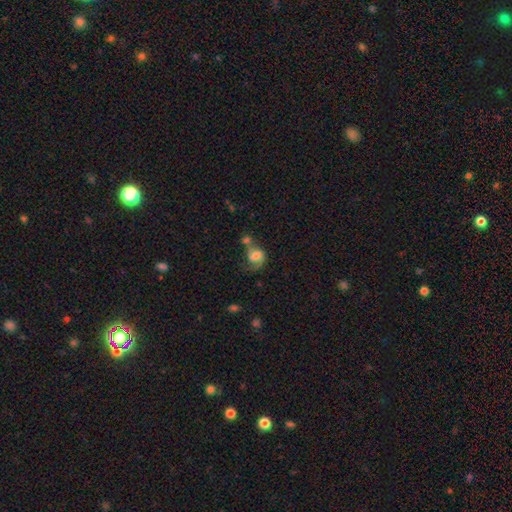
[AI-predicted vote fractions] This is possibly a featured or disk galaxy (48%). Merging: marginally merger (36%).